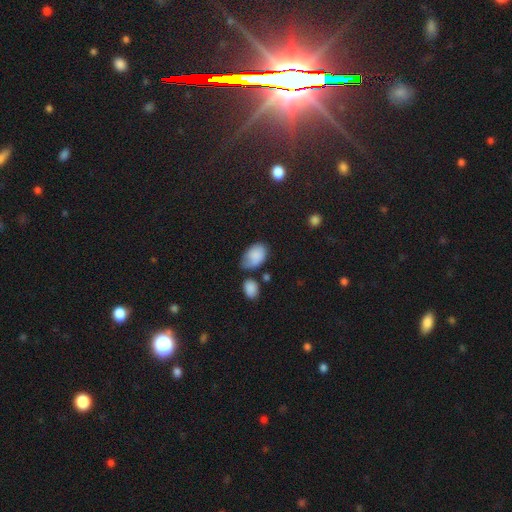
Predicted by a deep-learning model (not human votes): smooth_or_featured: smooth (p=0.84) [alt: star or artifact p=0.08]
how_rounded: in between (p=0.89) [alt: round p=0.10]
merging: none (p=0.44) [alt: minor disturbance p=0.32]